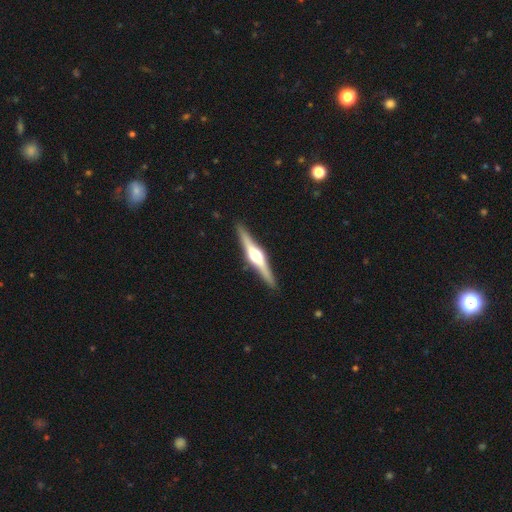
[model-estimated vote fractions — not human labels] smooth-or-featured: featured or disk: 79% | smooth: 16% | star or artifact: 5%
  disk-edge-on: yes: 98% | no: 2%
    edge-on-bulge: rounded: 94% | boxy: 4% | none: 2%
  merging: none: 91% | minor disturbance: 7% | major disturbance: 1% | merger: 1%